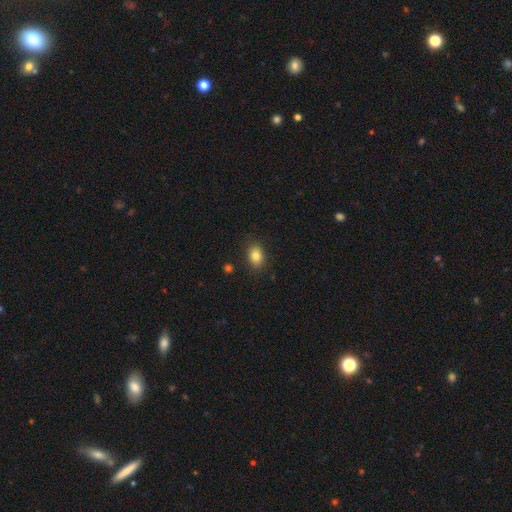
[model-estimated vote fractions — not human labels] Smooth or featured: smooth — 83% (star or artifact — 10%)
How rounded: in between — 72% (round — 27%)
Merging: none — 86% (minor disturbance — 10%)